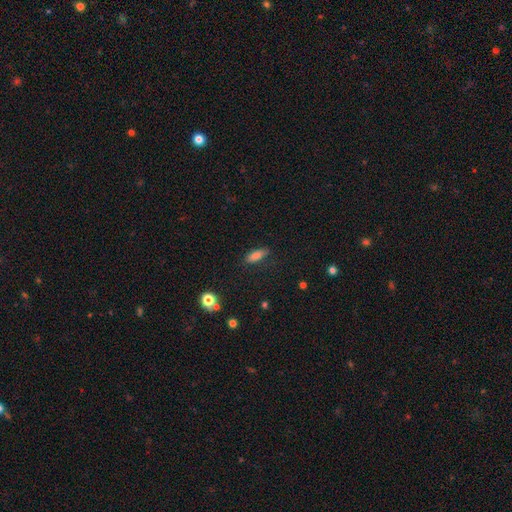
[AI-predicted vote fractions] A smooth galaxy with no disk features (80%) that is in between round and cigar-shaped (66%). Merging: none (80%).